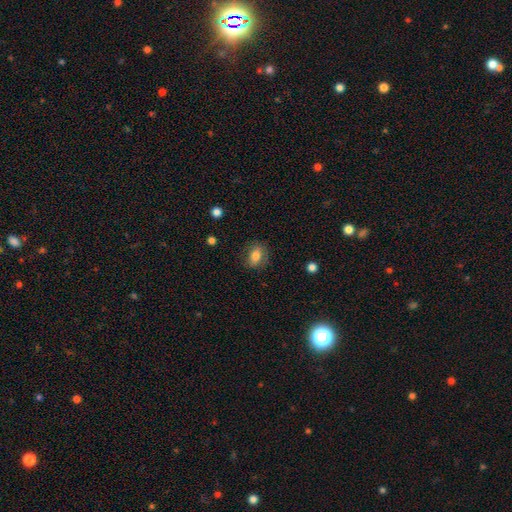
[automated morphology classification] type=smooth (77%); roundness=in between (70%); merging=none (78%).